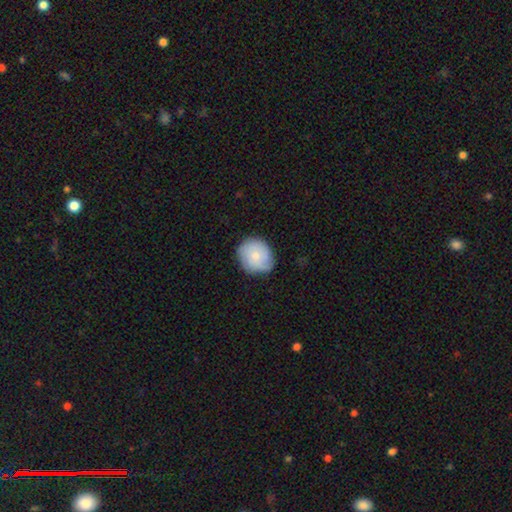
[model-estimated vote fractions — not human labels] Smooth or featured? smooth (67%)
How rounded? round (77%)
Merging? none (73%)